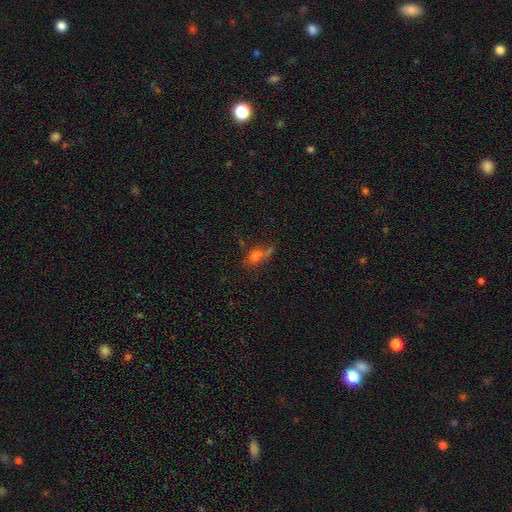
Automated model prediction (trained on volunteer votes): Smooth or featured?
  - smooth: 60% *
  - featured or disk: 21%
  - star or artifact: 18%
How rounded?
  - in between: 52% *
  - round: 42%
  - cigar-shaped: 6%
Merging?
  - none: 38% *
  - merger: 21%
  - minor disturbance: 21%
  - major disturbance: 20%